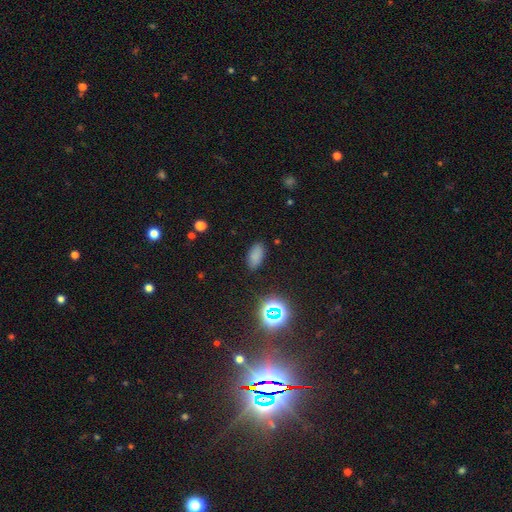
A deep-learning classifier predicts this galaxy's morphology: A smooth galaxy with no disk features (77%) that is in between round and cigar-shaped (91%). Merging: none (86%).